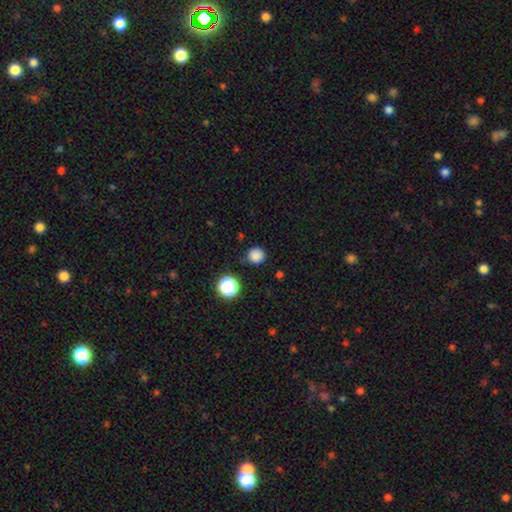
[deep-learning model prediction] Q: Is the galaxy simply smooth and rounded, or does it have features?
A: smooth — 83%.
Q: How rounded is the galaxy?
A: round — 95%.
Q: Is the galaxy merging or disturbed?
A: none — 88%.